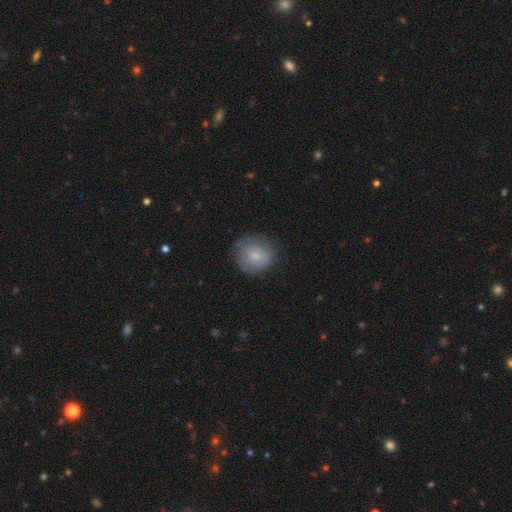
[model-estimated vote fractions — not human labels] This appears to be a smooth galaxy with no disk features (69%) that is round (88%). Merging: none (76%).